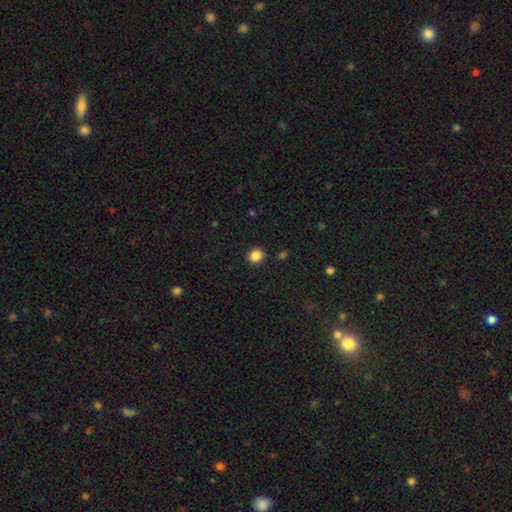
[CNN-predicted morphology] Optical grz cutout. It shows a smooth galaxy with no disk features (86%) that is round (80%). Merging: none (90%).